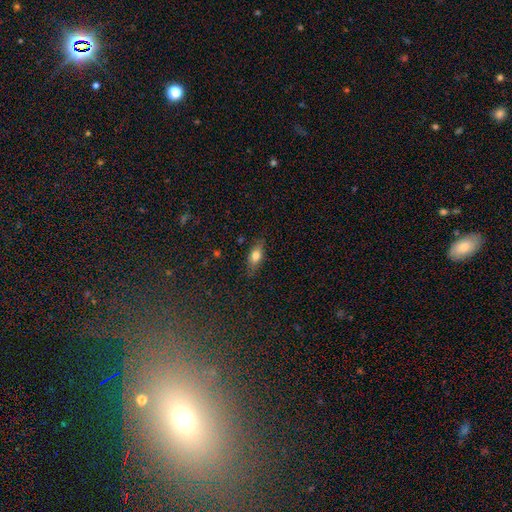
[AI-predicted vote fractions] smooth-or-featured: smooth: 73% | featured or disk: 19% | star or artifact: 8%
  how-rounded: in between: 77% | cigar-shaped: 18% | round: 5%
  merging: none: 81% | minor disturbance: 14% | major disturbance: 3% | merger: 1%